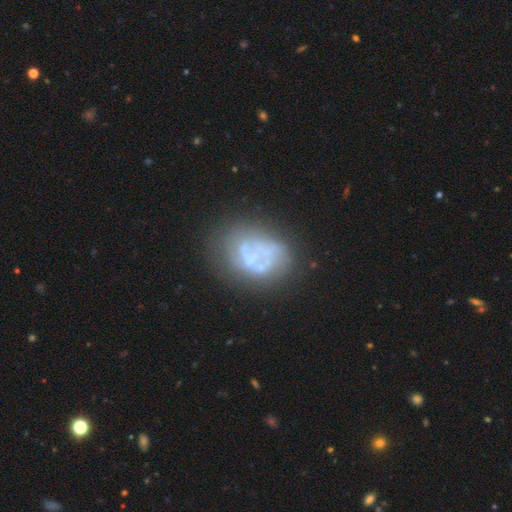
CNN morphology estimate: smooth-or-featured: featured or disk: 60% | smooth: 27% | star or artifact: 13%
  disk-edge-on: no: 98% | yes: 2%
    bar: no: 91% | weak: 7% | strong: 3%
    has-spiral-arms: no: 88% | yes: 12%
    bulge-size: none: 73% | small: 14% | moderate: 8% | large: 3% | dominant: 2%
  merging: none: 46% | minor disturbance: 21% | major disturbance: 21% | merger: 12%